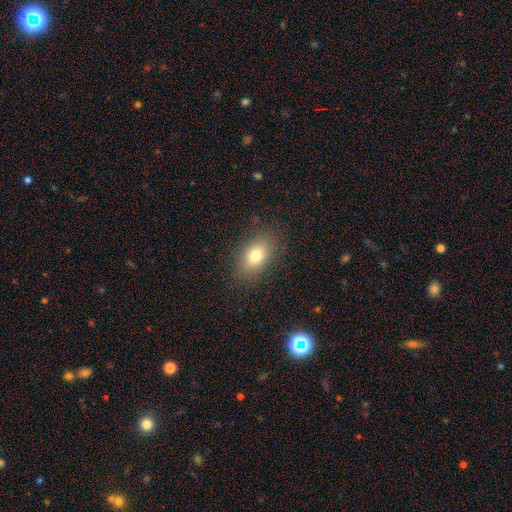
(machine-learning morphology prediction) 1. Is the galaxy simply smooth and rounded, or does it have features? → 77% smooth, 12% featured or disk, 11% star or artifact.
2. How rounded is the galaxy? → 84% in between, 14% round, 2% cigar-shaped.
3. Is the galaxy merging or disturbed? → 85% none, 10% minor disturbance, 4% major disturbance, 1% merger.